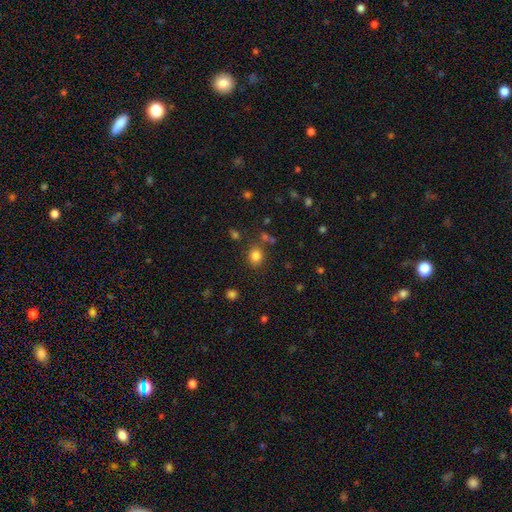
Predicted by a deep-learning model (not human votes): Smooth or featured?
  - smooth: 81% *
  - star or artifact: 13%
  - featured or disk: 6%
How rounded?
  - round: 60% *
  - in between: 39%
  - cigar-shaped: 1%
Merging?
  - none: 77% *
  - minor disturbance: 11%
  - merger: 7%
  - major disturbance: 4%